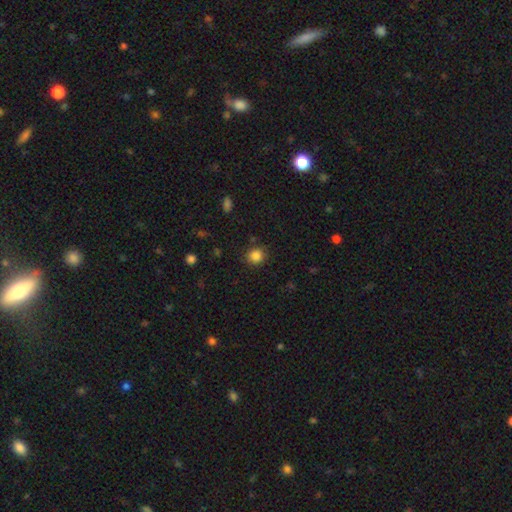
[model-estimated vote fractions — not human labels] A smooth galaxy with no disk features (85%) that is round (86%).

Vote fractions:
- Smooth or featured? smooth: 85% / star or artifact: 11% / featured or disk: 4%
- How rounded? round: 86% / in between: 13% / cigar-shaped: 1%
- Merging? none: 86% / minor disturbance: 9% / major disturbance: 3% / merger: 2%